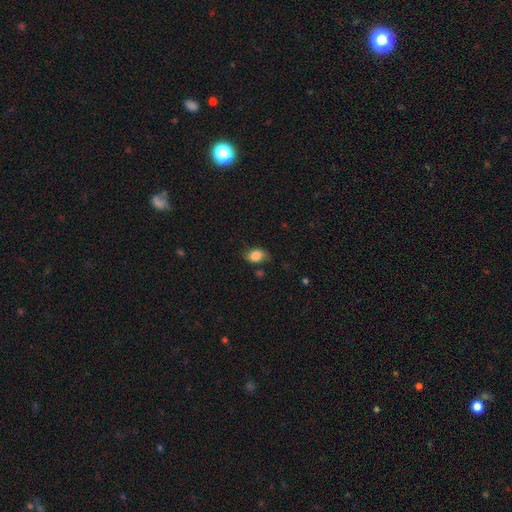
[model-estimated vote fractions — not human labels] Smooth or featured: smooth — 83% (featured or disk — 9%)
How rounded: in between — 75% (round — 24%)
Merging: none — 68% (minor disturbance — 24%)